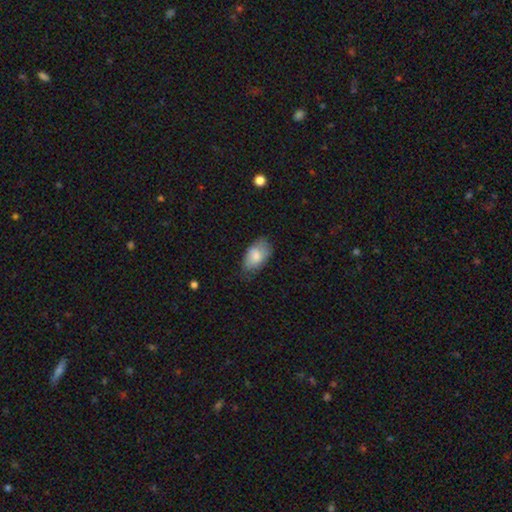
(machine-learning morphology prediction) This appears to be a smooth galaxy with no disk features (80%) that is in between round and cigar-shaped (93%). Merging: none (62%).